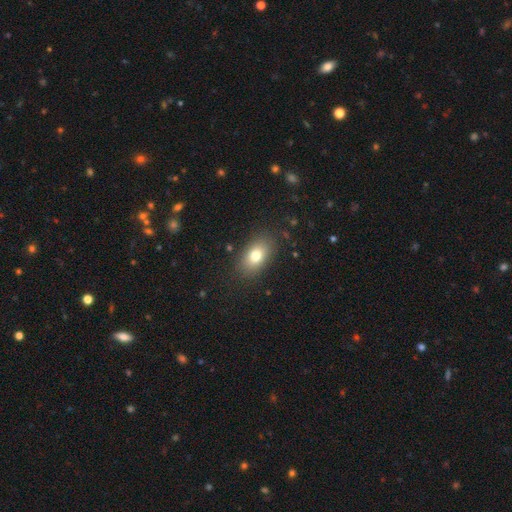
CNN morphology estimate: Q: Smooth or featured?
A: smooth (77%); runner-up: featured or disk (14%)
Q: How rounded?
A: in between (86%); runner-up: round (11%)
Q: Merging?
A: none (85%); runner-up: minor disturbance (10%)